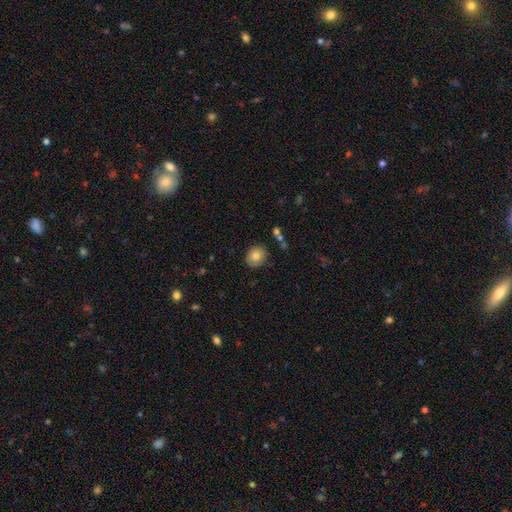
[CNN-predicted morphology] Smooth or featured: smooth — 79% (featured or disk — 12%)
How rounded: round — 74% (in between — 26%)
Merging: none — 83% (minor disturbance — 12%)